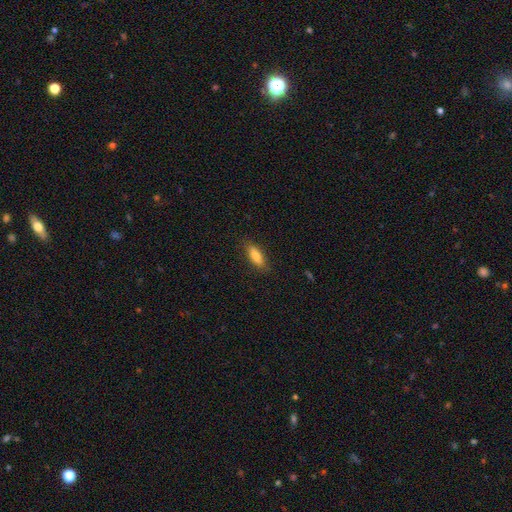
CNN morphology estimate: smooth_or_featured: smooth (p=0.80) [alt: featured or disk p=0.13]
how_rounded: in between (p=0.61) [alt: cigar-shaped p=0.37]
merging: none (p=0.85) [alt: minor disturbance p=0.12]